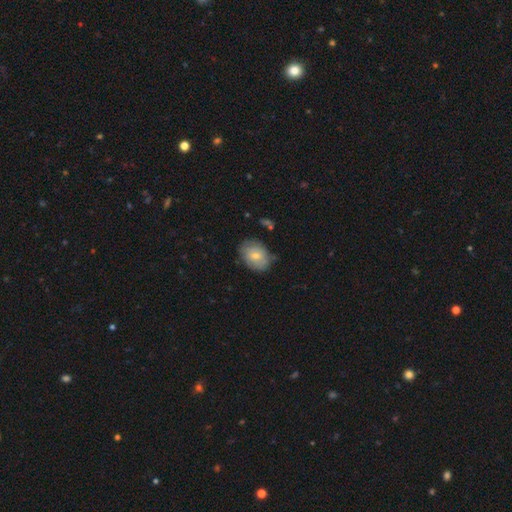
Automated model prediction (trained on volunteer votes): Smooth or featured? smooth (63%)
How rounded? in between (70%)
Merging? none (70%)